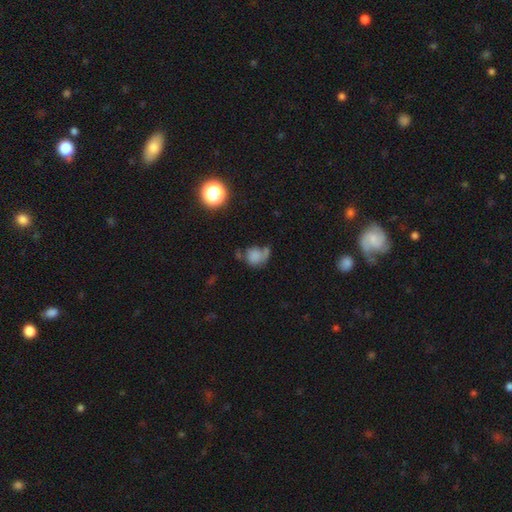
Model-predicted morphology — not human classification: The model was most divided on "merging": none: 37%, minor disturbance: 23%, merger: 21%, major disturbance: 19%. More confident: smooth or featured — smooth (73%); how rounded — round (72%).